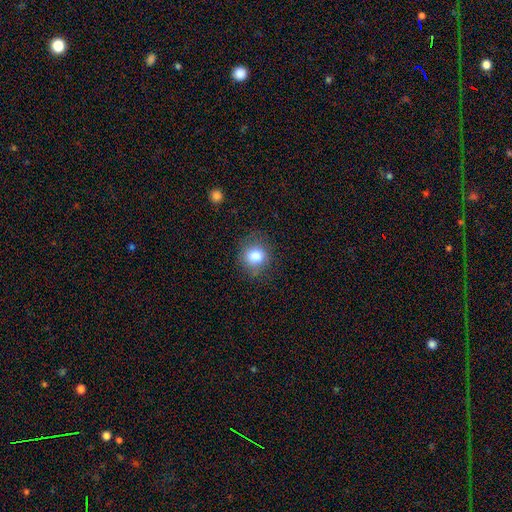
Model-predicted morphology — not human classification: smooth 82%, star or artifact 10%, featured or disk 8%. Down the decision tree: how rounded — round (82%); merging — none (79%).